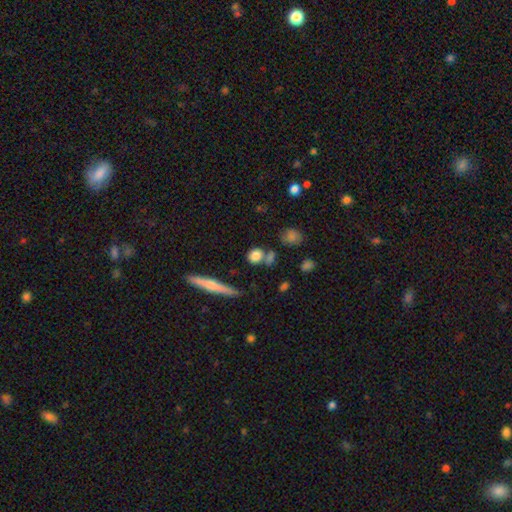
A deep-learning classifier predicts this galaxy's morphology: smooth-or-featured: smooth: 80% | featured or disk: 10% | star or artifact: 10%
  how-rounded: round: 63% | in between: 31% | cigar-shaped: 6%
  merging: none: 66% | merger: 16% | minor disturbance: 13% | major disturbance: 5%